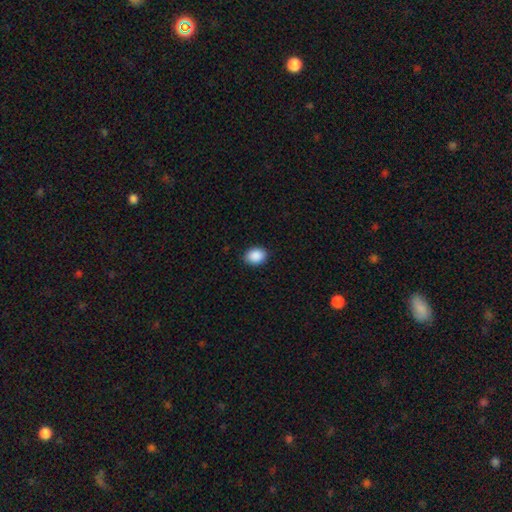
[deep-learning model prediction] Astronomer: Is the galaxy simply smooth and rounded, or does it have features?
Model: smooth — 90%.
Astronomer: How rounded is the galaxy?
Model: in between — 65%.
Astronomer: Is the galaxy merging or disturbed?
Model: none — 89%.